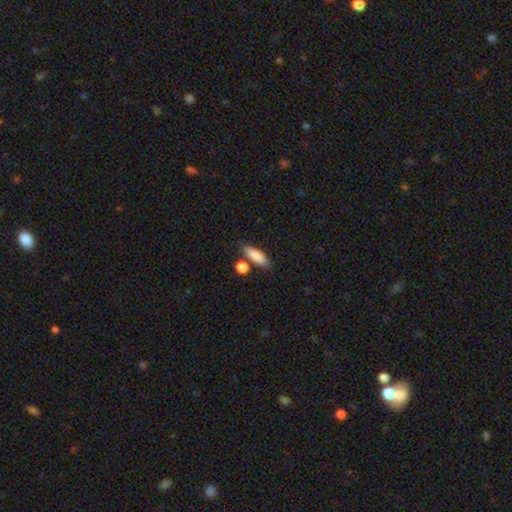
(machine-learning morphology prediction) This appears to be a smooth galaxy with no disk features (85%) that is in between round and cigar-shaped (59%). Merging: none (68%).